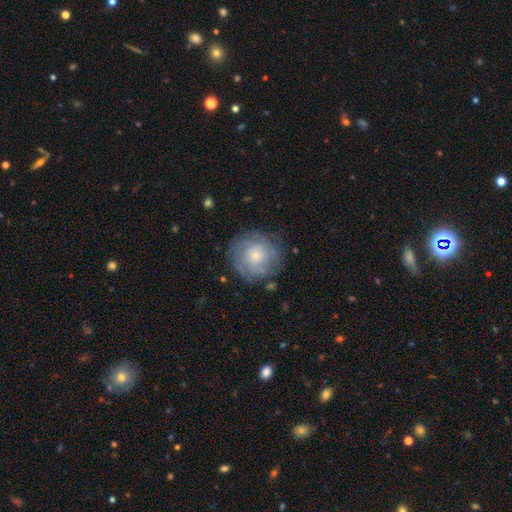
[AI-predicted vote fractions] Smooth or featured: featured or disk — 47% (smooth — 45%)
Merging: none — 77% (minor disturbance — 15%)